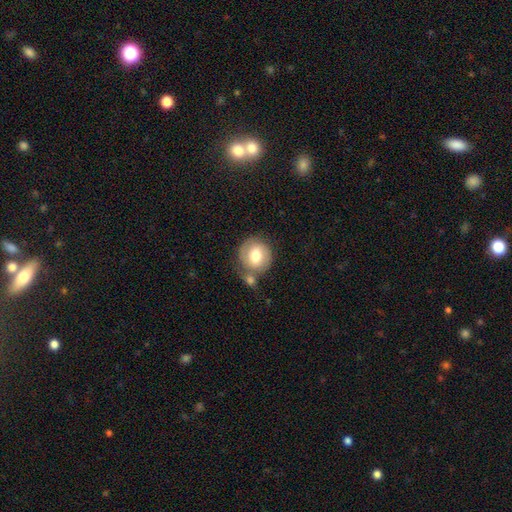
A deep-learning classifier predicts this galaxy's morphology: This is likely a smooth galaxy (64%). How rounded: clearly round (82%). Merging: possibly none (54%).